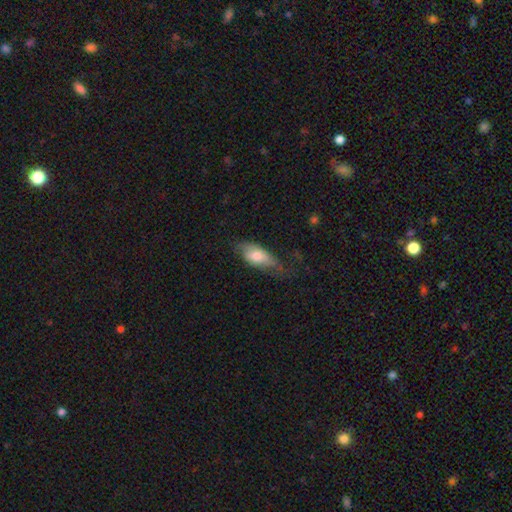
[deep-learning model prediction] Smooth or featured?
  - smooth: 67% *
  - featured or disk: 26%
  - star or artifact: 6%
How rounded?
  - in between: 84% *
  - cigar-shaped: 13%
  - round: 3%
Merging?
  - none: 44% *
  - minor disturbance: 35%
  - major disturbance: 20%
  - merger: 2%